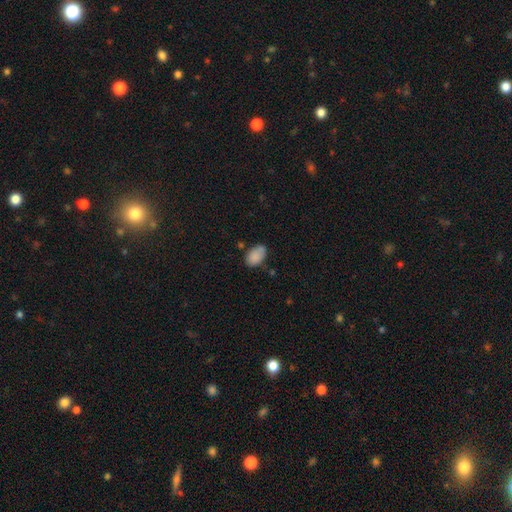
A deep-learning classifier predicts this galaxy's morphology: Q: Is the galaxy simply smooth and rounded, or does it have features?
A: smooth — 86%.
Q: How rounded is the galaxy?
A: in between — 89%.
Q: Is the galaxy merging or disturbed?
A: none — 65%.